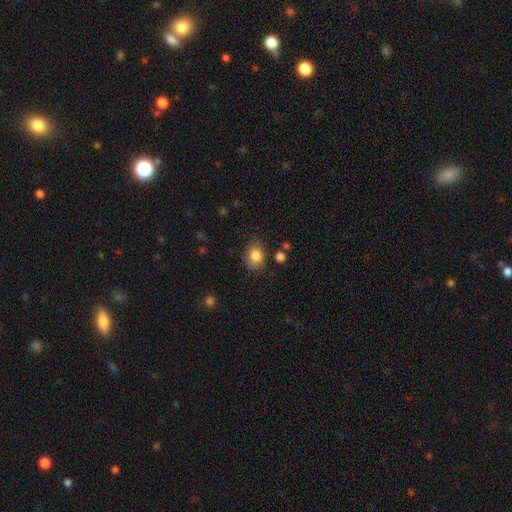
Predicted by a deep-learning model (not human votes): Smooth or featured: smooth — 84% (star or artifact — 9%)
How rounded: in between — 52% (round — 47%)
Merging: none — 64% (minor disturbance — 25%)